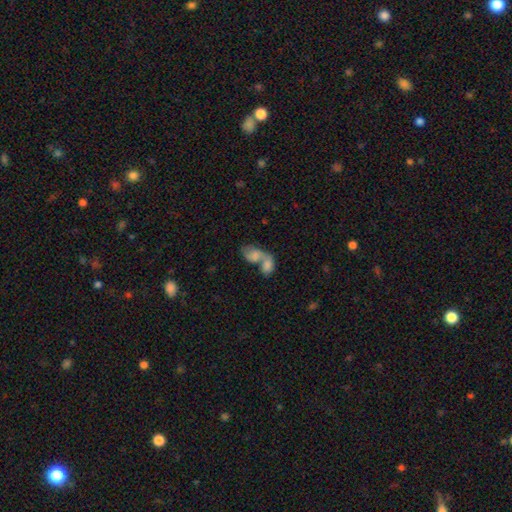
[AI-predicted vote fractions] Smooth or featured?
  - smooth: 60% *
  - featured or disk: 31%
  - star or artifact: 9%
How rounded?
  - in between: 85% *
  - round: 12%
  - cigar-shaped: 3%
Merging?
  - merger: 78% *
  - none: 12%
  - minor disturbance: 5%
  - major disturbance: 5%